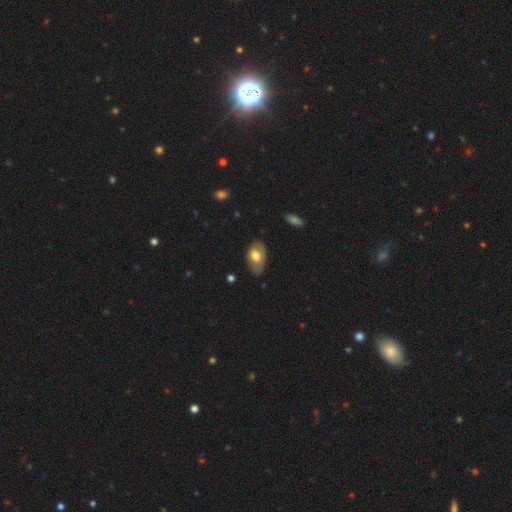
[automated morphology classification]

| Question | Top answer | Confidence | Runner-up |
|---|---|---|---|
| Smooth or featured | smooth | 65% | featured or disk (28%) |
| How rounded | in between | 91% | round (7%) |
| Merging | none | 62% | minor disturbance (29%) |